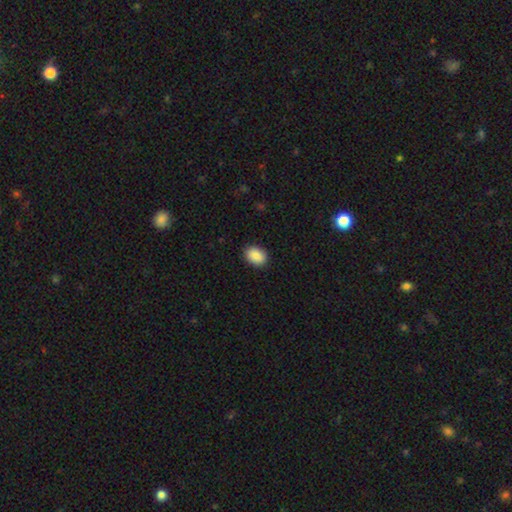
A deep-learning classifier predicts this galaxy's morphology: This appears to be a smooth galaxy with no disk features (88%) that is in between round and cigar-shaped (71%). Merging: none (89%).